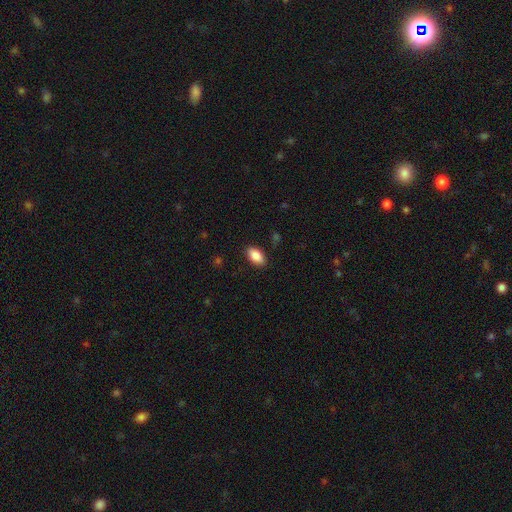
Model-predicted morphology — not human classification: This appears to be a smooth galaxy with no disk features (88%) that is in between round and cigar-shaped (93%). Merging: none (88%).